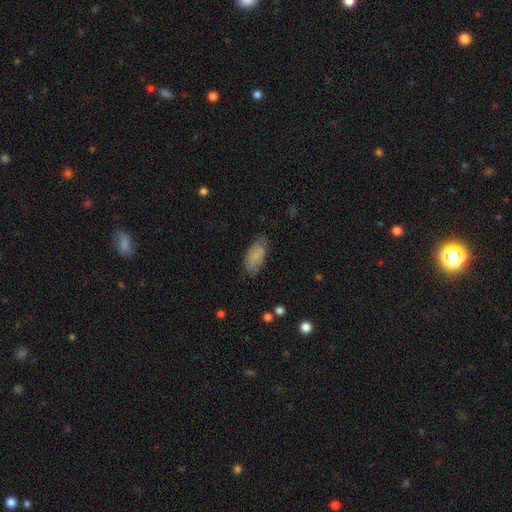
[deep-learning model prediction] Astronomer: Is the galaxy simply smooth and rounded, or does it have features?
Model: smooth — 82%.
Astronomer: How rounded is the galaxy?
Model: in between — 92%.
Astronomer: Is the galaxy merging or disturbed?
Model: none — 75%.